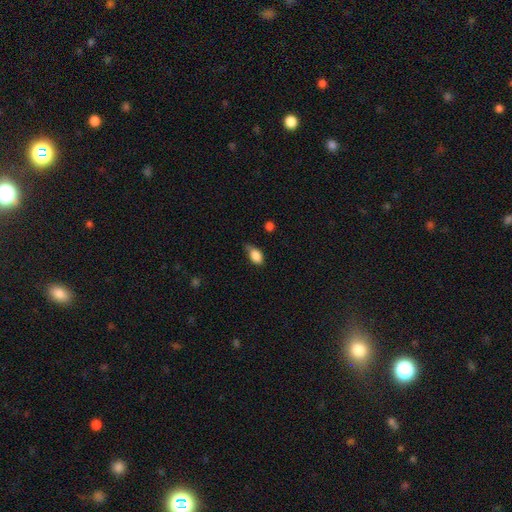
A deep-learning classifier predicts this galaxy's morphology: Overall: smooth (86%). How rounded: in between (86%). Merging: none (45%; minor disturbance 42%).